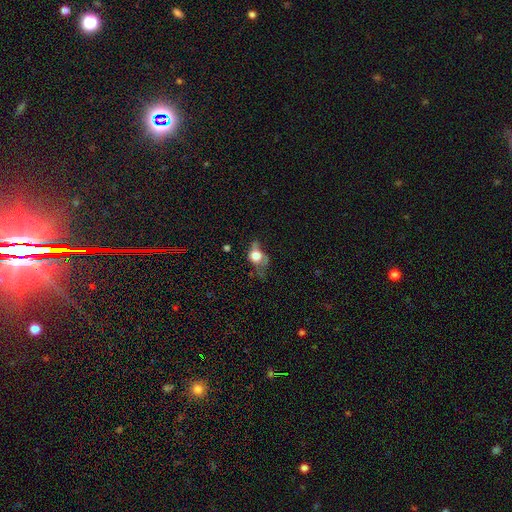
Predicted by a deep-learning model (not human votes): Morphology: type=smooth (59%); roundness=round (49%); merging=major disturbance (46%).